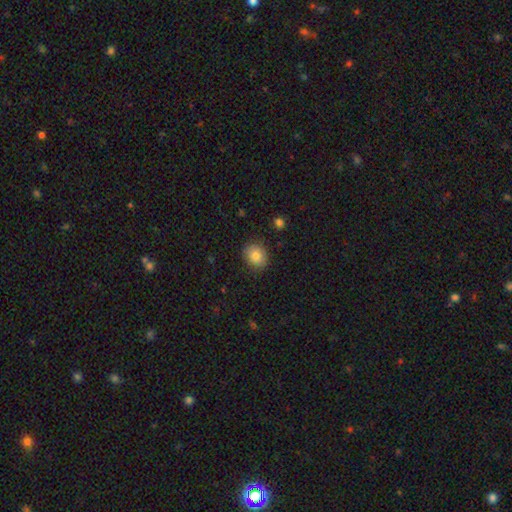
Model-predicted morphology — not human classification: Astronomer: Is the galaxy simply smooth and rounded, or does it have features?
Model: smooth — 84%.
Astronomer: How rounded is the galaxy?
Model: round — 62%.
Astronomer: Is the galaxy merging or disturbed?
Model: none — 87%.